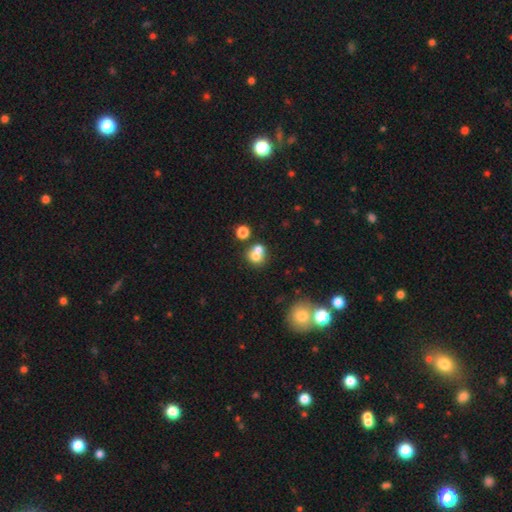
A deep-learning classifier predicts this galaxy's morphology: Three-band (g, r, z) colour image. It shows a smooth galaxy with no disk features (70%) that is round (78%). Merging: merger (52%).